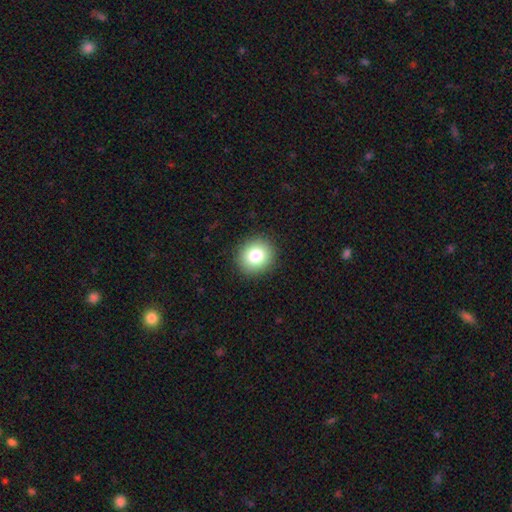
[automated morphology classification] smooth 82%, star or artifact 10%, featured or disk 8%. Down the decision tree: how rounded — round (84%); merging — none (91%).